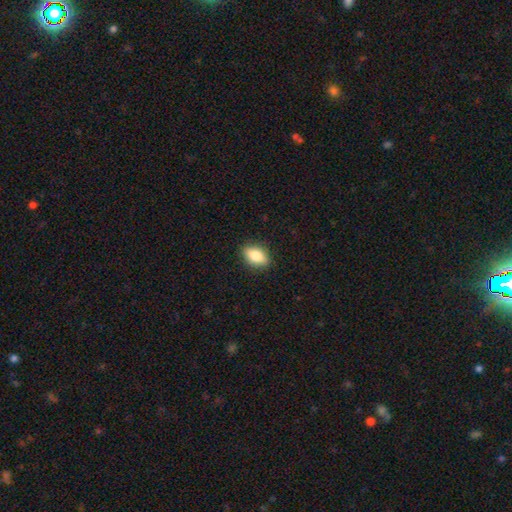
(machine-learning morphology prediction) Smooth or featured: smooth — 81% (featured or disk — 11%)
How rounded: in between — 84% (round — 11%)
Merging: none — 87% (minor disturbance — 10%)